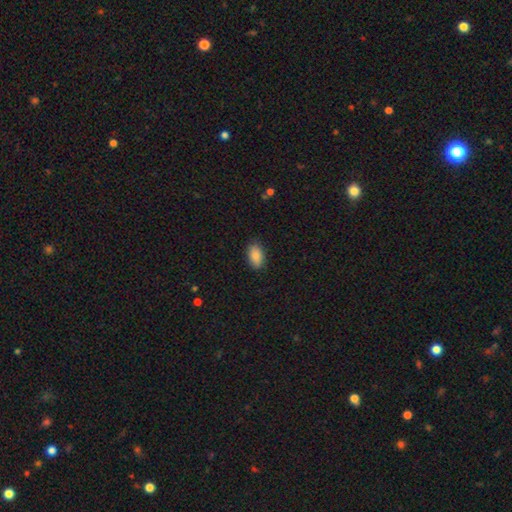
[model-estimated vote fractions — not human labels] This appears to be a smooth galaxy with no disk features (88%) that is in between round and cigar-shaped (92%). Merging: none (87%).